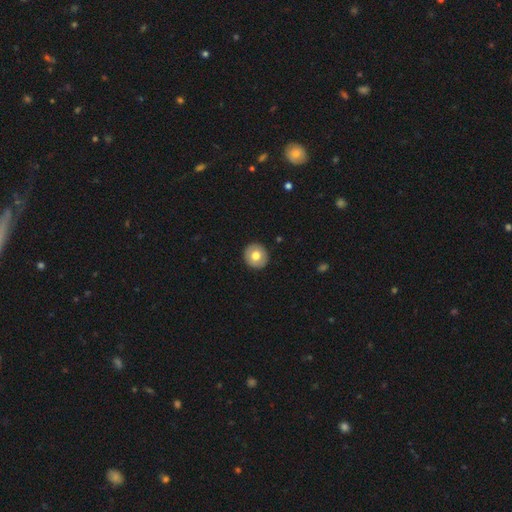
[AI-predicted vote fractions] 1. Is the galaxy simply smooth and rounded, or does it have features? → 73% smooth, 20% featured or disk, 7% star or artifact.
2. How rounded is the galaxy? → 92% round, 7% in between, 1% cigar-shaped.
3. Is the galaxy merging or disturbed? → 92% none, 5% minor disturbance, 1% major disturbance, 1% merger.